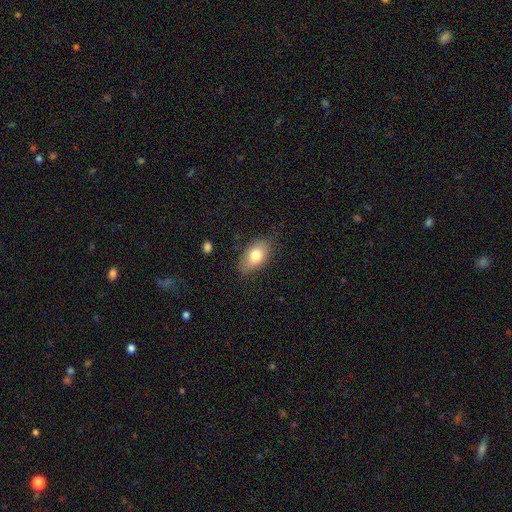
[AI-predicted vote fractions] Smooth or featured? Predicted: smooth (p=0.77). How rounded? Predicted: in between (p=0.89). Merging? Predicted: none (p=0.79).